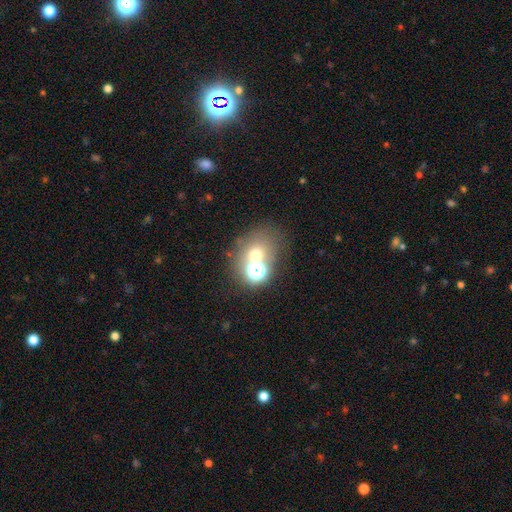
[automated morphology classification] type=smooth (57%); roundness=round (66%); merging=none (50%).